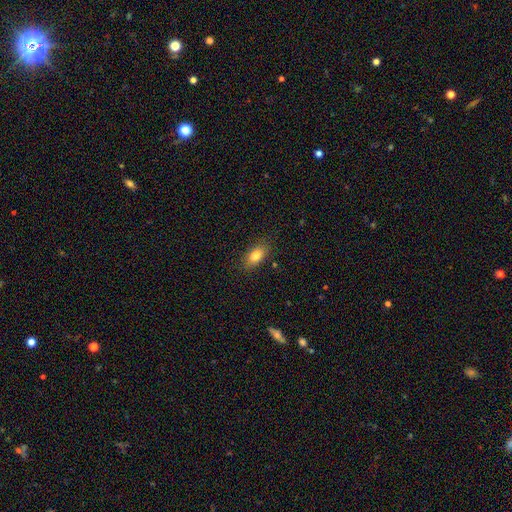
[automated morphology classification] Q: Smooth or featured?
A: smooth (80%); runner-up: featured or disk (11%)
Q: How rounded?
A: in between (87%); runner-up: round (7%)
Q: Merging?
A: none (85%); runner-up: minor disturbance (11%)